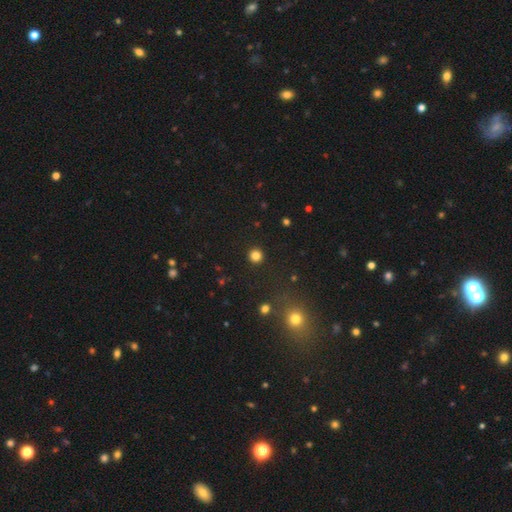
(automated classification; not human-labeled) Smooth or featured? Predicted: smooth (p=0.82). How rounded? Predicted: round (p=0.95). Merging? Predicted: none (p=0.93).